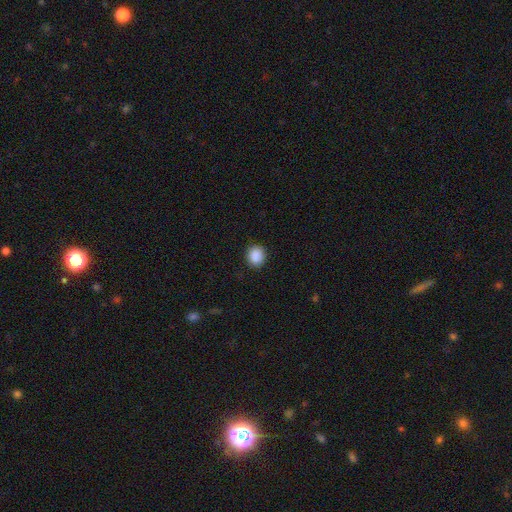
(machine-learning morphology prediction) smooth_or_featured: smooth (p=0.89) [alt: star or artifact p=0.08]
how_rounded: round (p=0.82) [alt: in between p=0.17]
merging: none (p=0.90) [alt: minor disturbance p=0.07]